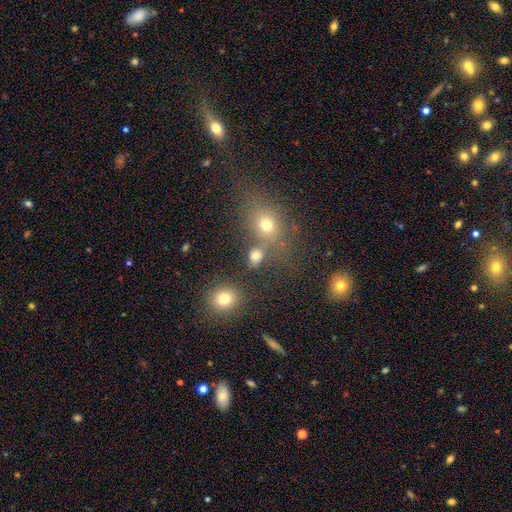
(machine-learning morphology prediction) Smooth or featured? Predicted: smooth (p=0.73). How rounded? Predicted: round (p=0.61). Merging? Predicted: none (p=0.61).